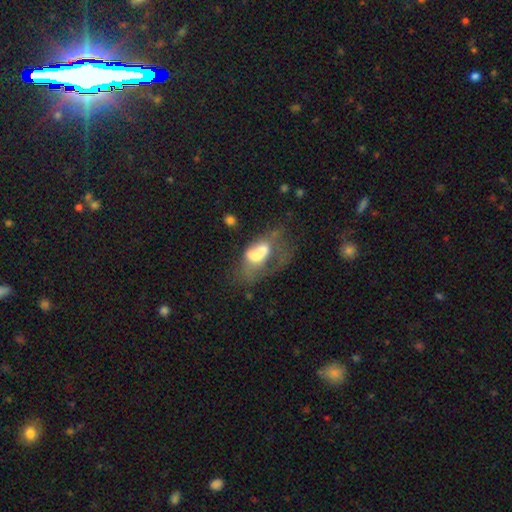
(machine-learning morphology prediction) This is marginally a smooth galaxy (44%, tied with featured or disk). Merging: marginally merger (38%).